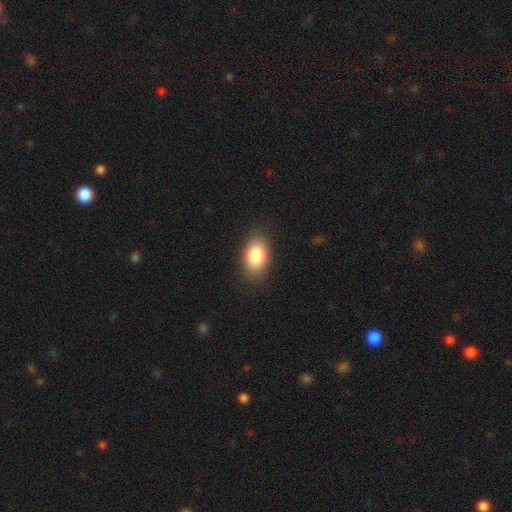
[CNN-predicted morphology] Smooth or featured: smooth — 86% (featured or disk — 7%)
How rounded: in between — 90% (round — 9%)
Merging: none — 86% (minor disturbance — 10%)